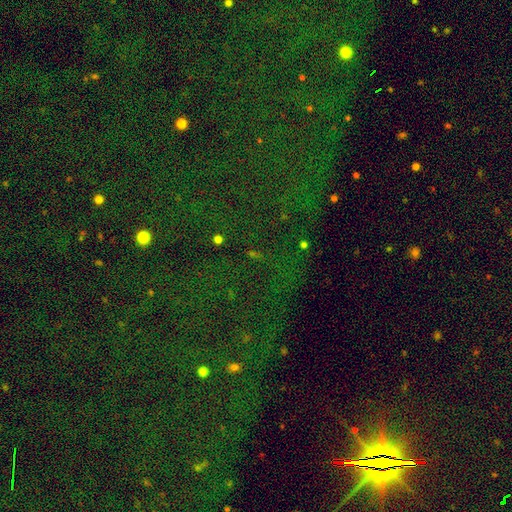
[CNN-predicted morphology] Q: Smooth or featured?
A: star or artifact (83%); runner-up: smooth (9%)